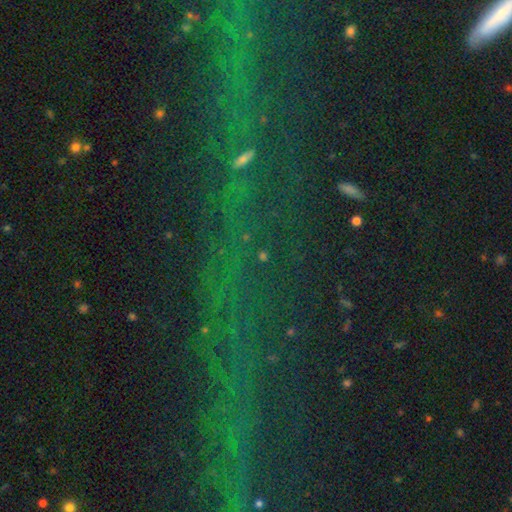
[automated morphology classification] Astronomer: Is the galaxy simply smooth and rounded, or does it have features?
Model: star or artifact — 73%.